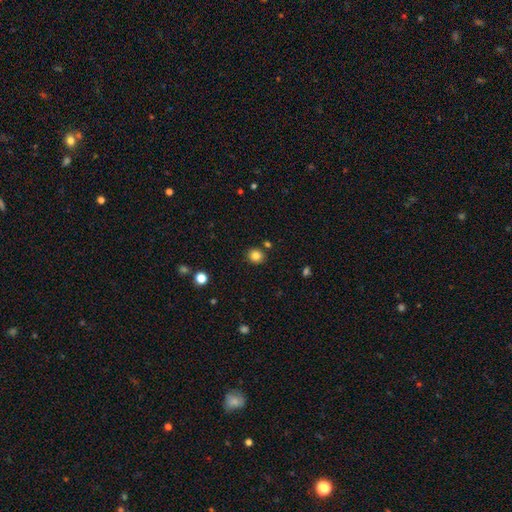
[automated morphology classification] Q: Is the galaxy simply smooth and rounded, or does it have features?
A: smooth — 83%.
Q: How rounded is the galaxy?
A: round — 83%.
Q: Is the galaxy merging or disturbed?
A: none — 86%.